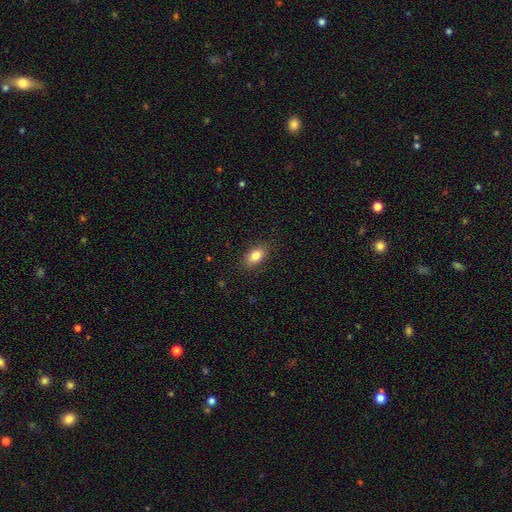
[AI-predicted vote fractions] The model was most divided on "smooth or featured": smooth: 83%, featured or disk: 9%, star or artifact: 8%. More confident: how rounded — in between (87%); merging — none (86%).